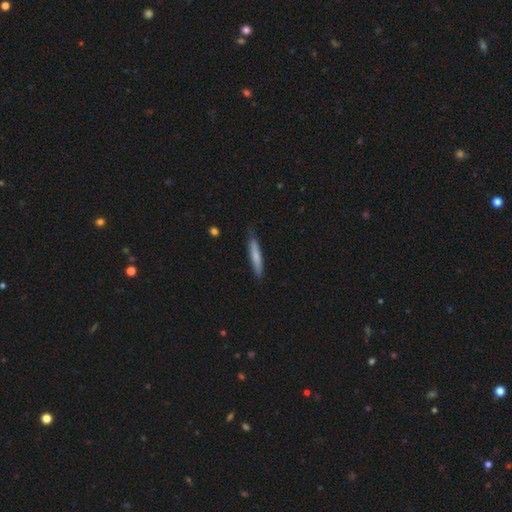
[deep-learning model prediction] Smooth or featured? smooth (72%)
How rounded? cigar-shaped (92%)
Merging? none (80%)